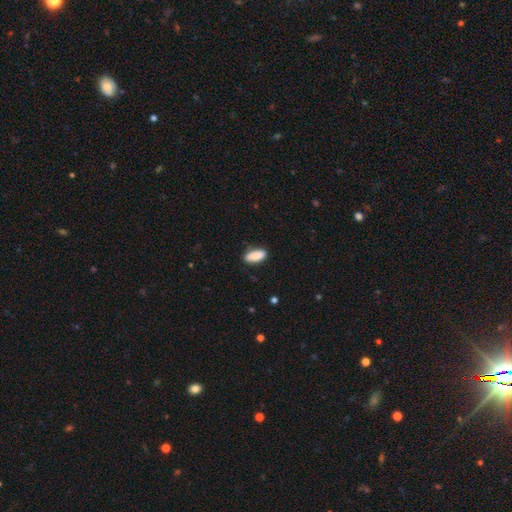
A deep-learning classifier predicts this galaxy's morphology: Overall: smooth (88%). How rounded: in between (80%). Merging: none (82%).